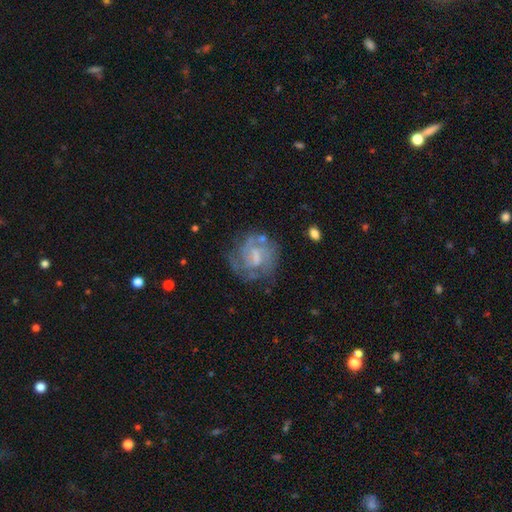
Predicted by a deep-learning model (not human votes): Q: Smooth or featured?
A: featured or disk (74%); runner-up: smooth (19%)
Q: Edge-on disk?
A: no (98%); runner-up: yes (2%)
Q: Bar?
A: weak (55%); runner-up: no (28%)
Q: Spiral arms?
A: yes (82%); runner-up: no (18%)
Q: Spiral winding?
A: tight (46%); runner-up: medium (40%)
Q: Spiral arm count?
A: 2 (39%); runner-up: can't tell (33%)
Q: Bulge size?
A: small (35%); runner-up: none (33%)
Q: Merging?
A: none (63%); runner-up: minor disturbance (20%)